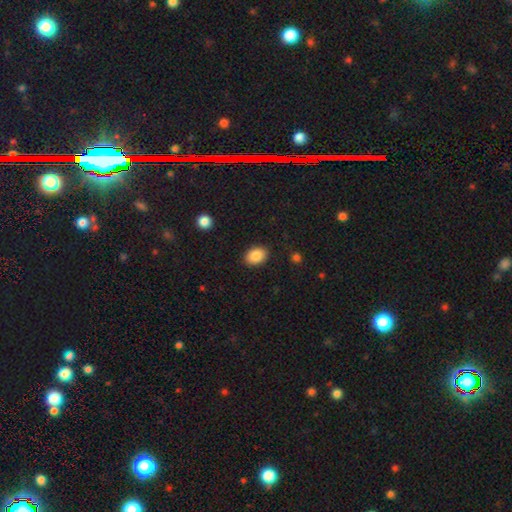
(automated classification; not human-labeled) This is clearly a smooth galaxy (87%). How rounded: likely in between (74%). Merging: clearly none (88%).